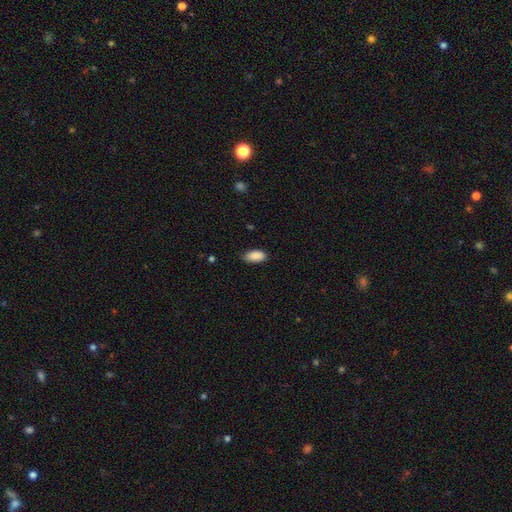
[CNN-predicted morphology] Overall: smooth (90%). How rounded: in between (93%). Merging: none (82%).